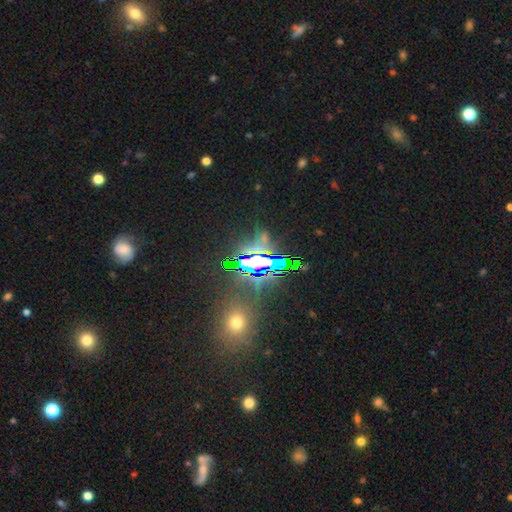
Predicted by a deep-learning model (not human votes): smooth_or_featured: star or artifact (p=0.79) [alt: featured or disk p=0.11]